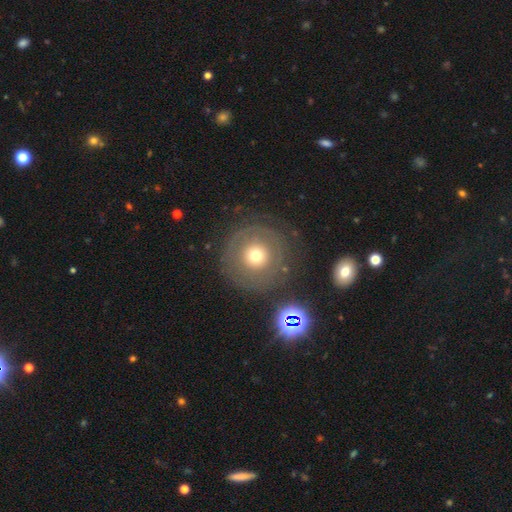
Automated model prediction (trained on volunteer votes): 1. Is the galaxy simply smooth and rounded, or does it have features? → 51% smooth, 38% featured or disk, 12% star or artifact.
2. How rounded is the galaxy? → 94% round, 5% in between, 1% cigar-shaped.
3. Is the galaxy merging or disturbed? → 75% none, 12% minor disturbance, 10% major disturbance, 4% merger.